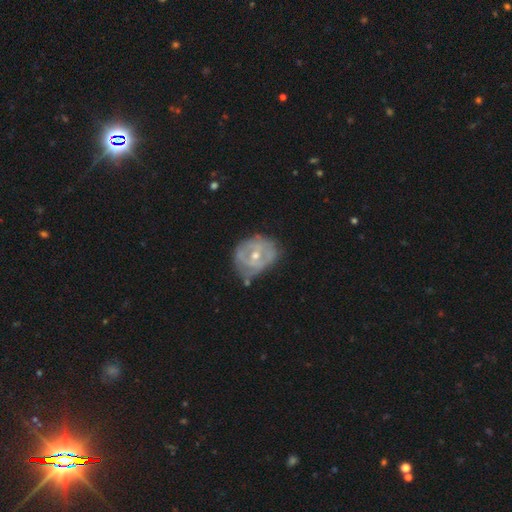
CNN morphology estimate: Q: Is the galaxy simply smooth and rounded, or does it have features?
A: featured or disk — 72%.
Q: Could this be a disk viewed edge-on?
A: no — 97%.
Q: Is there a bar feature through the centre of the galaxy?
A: no — 57%.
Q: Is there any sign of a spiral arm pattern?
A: yes — 57%.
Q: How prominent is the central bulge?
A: moderate — 58%.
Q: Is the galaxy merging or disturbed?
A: none — 51%.